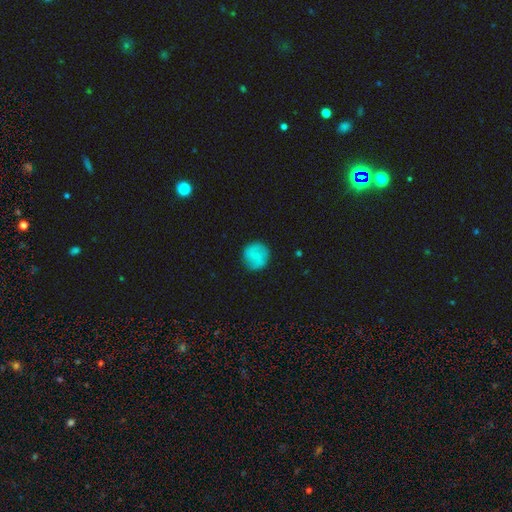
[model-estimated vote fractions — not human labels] Q: Smooth or featured?
A: smooth (65%); runner-up: featured or disk (26%)
Q: How rounded?
A: round (91%); runner-up: in between (7%)
Q: Merging?
A: none (85%); runner-up: minor disturbance (11%)